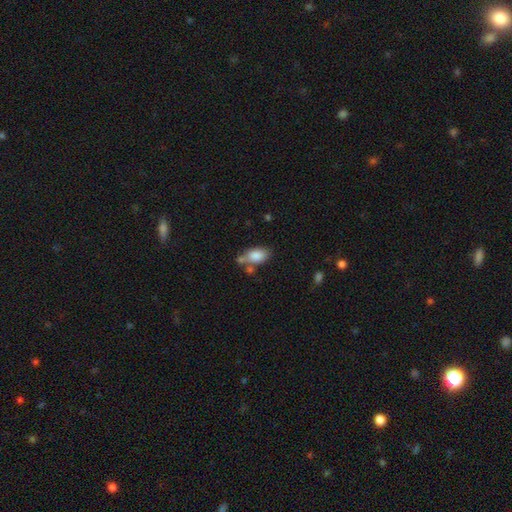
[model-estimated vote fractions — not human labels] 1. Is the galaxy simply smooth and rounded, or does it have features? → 83% smooth, 9% featured or disk, 8% star or artifact.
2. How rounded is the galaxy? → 91% in between, 6% round, 3% cigar-shaped.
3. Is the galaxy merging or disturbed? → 52% none, 21% merger, 20% minor disturbance, 7% major disturbance.